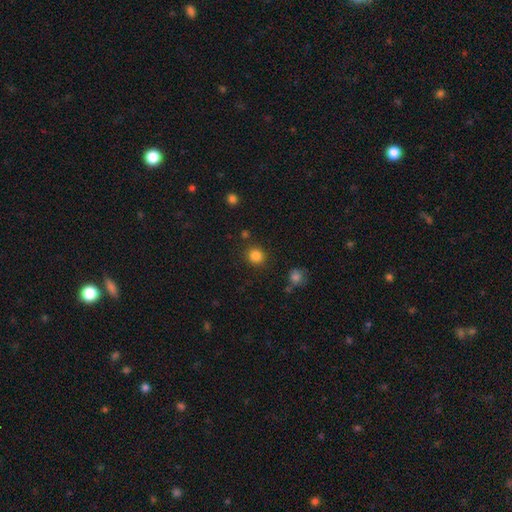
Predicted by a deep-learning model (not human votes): Morphology: type=smooth (84%); roundness=round (90%); merging=none (87%).